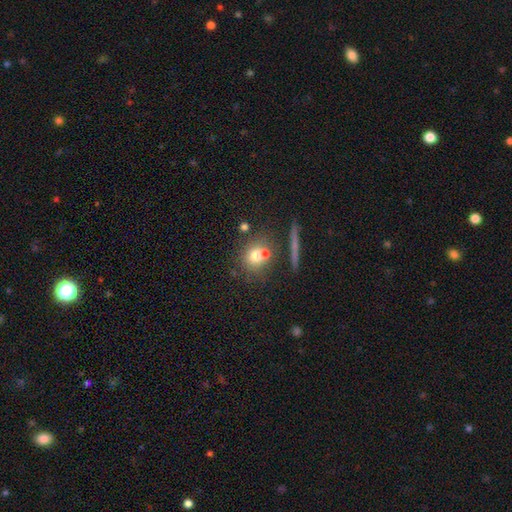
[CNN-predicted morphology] type=smooth (70%); roundness=round (80%); merging=none (54%).